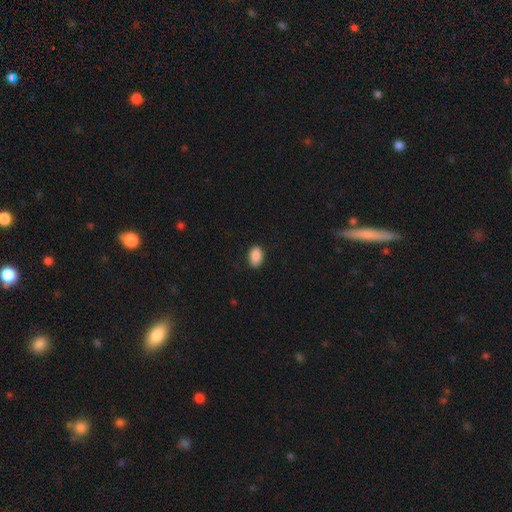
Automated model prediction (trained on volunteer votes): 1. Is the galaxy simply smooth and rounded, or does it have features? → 89% smooth, 7% star or artifact, 3% featured or disk.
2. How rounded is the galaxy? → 90% in between, 9% round, 1% cigar-shaped.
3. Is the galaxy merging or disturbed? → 86% none, 11% minor disturbance, 2% major disturbance, 1% merger.